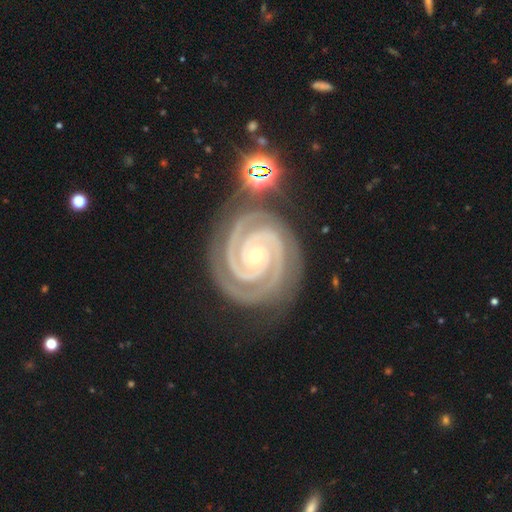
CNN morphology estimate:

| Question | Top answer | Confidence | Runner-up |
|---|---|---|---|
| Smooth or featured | featured or disk | 94% | star or artifact (4%) |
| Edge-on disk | no | 98% | yes (2%) |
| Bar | no | 72% | weak (15%) |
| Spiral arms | yes | 99% | no (1%) |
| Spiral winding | tight | 89% | medium (10%) |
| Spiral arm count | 2 | 81% | 3 (10%) |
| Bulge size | small | 77% | moderate (20%) |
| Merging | none | 81% | minor disturbance (12%) |